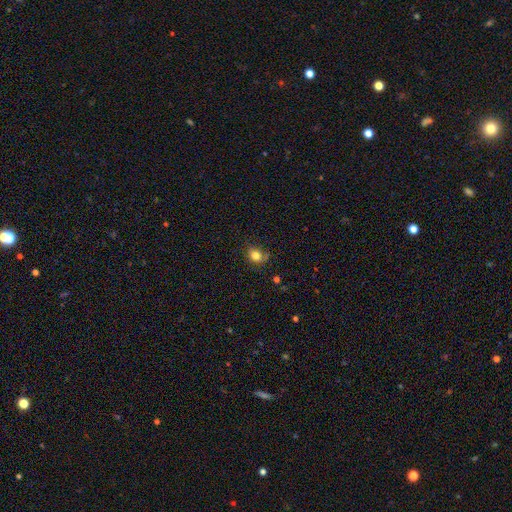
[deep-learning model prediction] Smooth or featured? smooth (79%)
How rounded? round (54%)
Merging? none (71%)